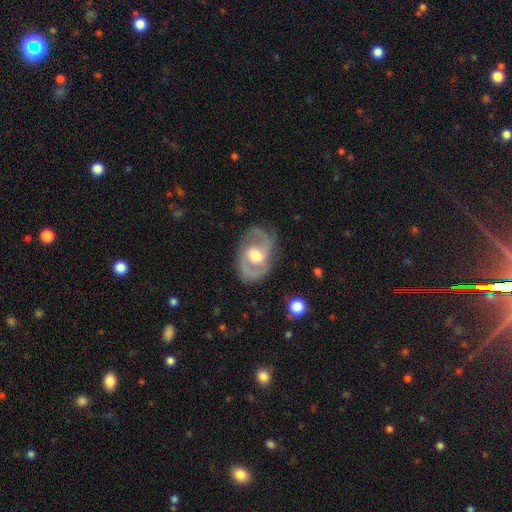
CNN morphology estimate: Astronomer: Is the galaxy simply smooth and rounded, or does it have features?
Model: featured or disk — 83%.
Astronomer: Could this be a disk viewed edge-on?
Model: no — 97%.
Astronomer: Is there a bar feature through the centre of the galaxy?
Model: no — 46% (runner-up: weak, 42%).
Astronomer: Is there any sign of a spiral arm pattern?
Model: yes — 91%.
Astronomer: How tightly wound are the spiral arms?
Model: medium — 54%.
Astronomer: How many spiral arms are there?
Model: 2 — 88%.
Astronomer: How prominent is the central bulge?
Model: moderate — 70%.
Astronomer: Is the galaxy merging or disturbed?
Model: none — 75%.